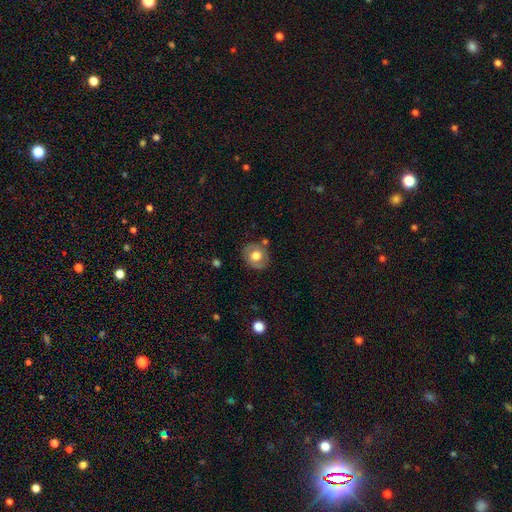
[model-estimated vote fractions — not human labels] A smooth galaxy with no disk features (61%) that is round (75%).

Vote fractions:
- Smooth or featured? smooth: 61% / featured or disk: 32% / star or artifact: 8%
- How rounded? round: 75% / in between: 24% / cigar-shaped: 1%
- Merging? none: 78% / minor disturbance: 14% / merger: 4% / major disturbance: 4%